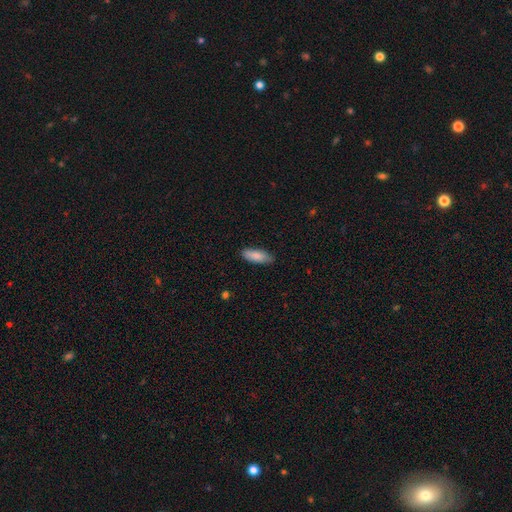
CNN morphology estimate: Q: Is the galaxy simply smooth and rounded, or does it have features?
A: smooth — 87%.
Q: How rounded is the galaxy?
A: in between — 69%.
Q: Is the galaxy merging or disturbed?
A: none — 85%.